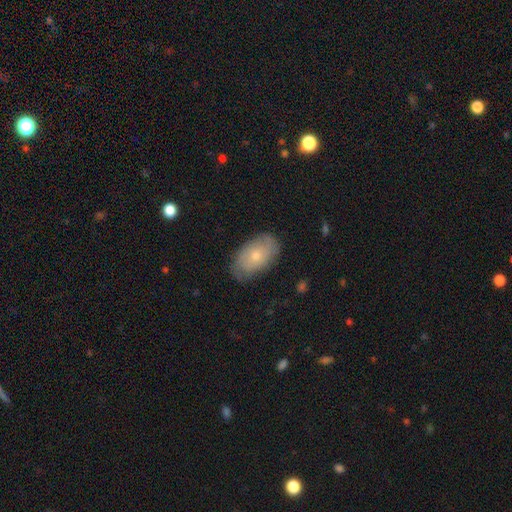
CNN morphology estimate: smooth-or-featured: smooth: 58% | featured or disk: 35% | star or artifact: 7%
  how-rounded: in between: 92% | round: 6% | cigar-shaped: 2%
  merging: none: 76% | minor disturbance: 19% | major disturbance: 4% | merger: 1%